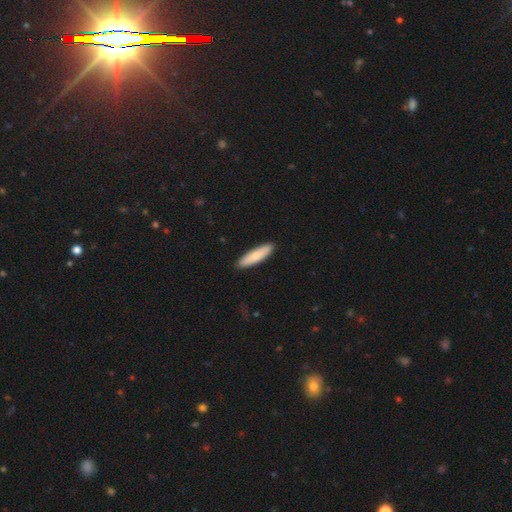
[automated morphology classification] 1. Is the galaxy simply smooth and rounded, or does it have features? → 78% smooth, 17% featured or disk, 5% star or artifact.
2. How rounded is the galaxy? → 71% cigar-shaped, 28% in between, 2% round.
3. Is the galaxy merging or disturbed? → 90% none, 7% minor disturbance, 1% major disturbance, 1% merger.